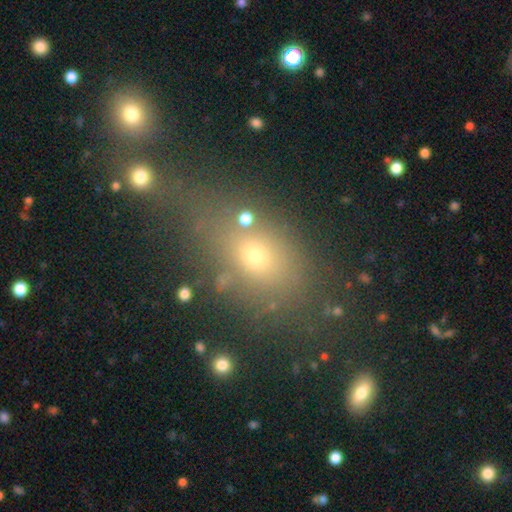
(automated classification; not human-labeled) This appears to be a smooth galaxy with no disk features (64%) that is in between round and cigar-shaped (67%). Merging: none (53%).